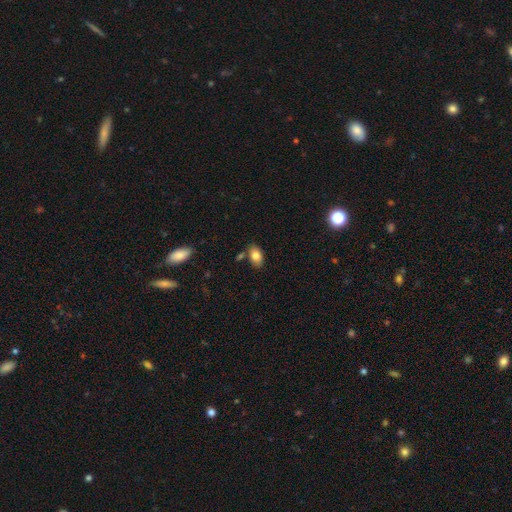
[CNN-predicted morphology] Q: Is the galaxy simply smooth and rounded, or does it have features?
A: smooth — 81%.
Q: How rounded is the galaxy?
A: in between — 89%.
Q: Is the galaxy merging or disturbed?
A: none — 76%.